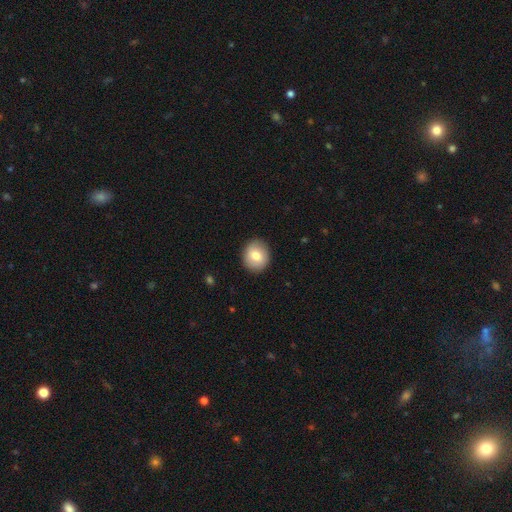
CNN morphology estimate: Smooth or featured? smooth (76%)
How rounded? round (75%)
Merging? none (89%)